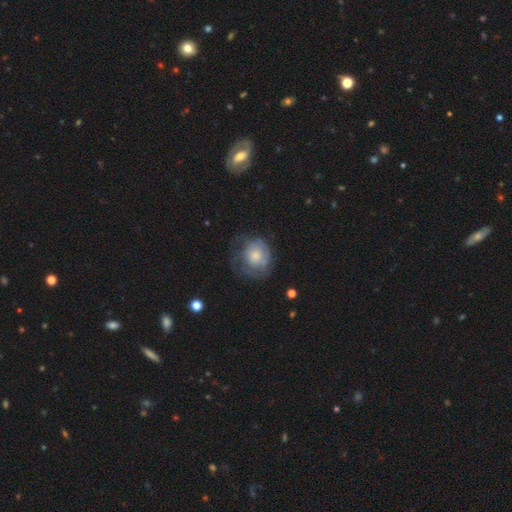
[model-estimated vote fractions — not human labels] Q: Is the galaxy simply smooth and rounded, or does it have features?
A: smooth — 51%.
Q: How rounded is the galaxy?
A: round — 76%.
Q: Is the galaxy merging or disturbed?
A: none — 49%.